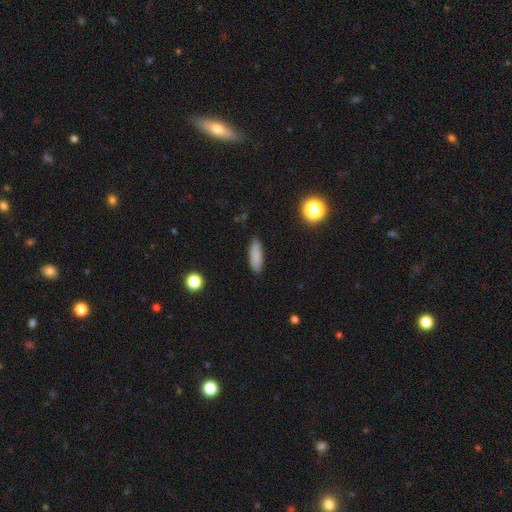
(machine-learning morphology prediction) This appears to be a smooth galaxy with no disk features (85%) that is in between round and cigar-shaped (55%). Merging: none (85%).